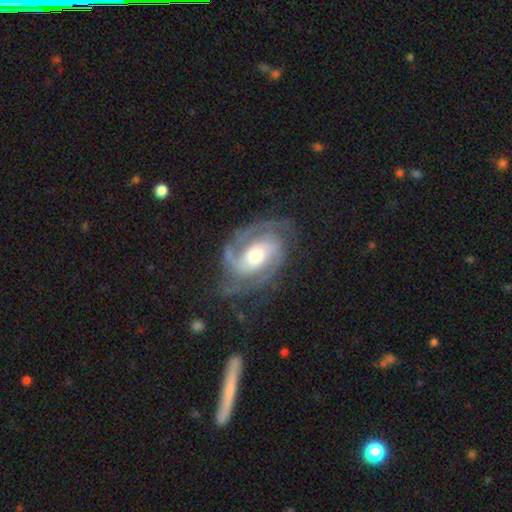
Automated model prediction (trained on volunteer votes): smooth-or-featured: featured or disk: 90% | smooth: 6% | star or artifact: 4%
  disk-edge-on: no: 97% | yes: 3%
    bar: no: 52% | weak: 33% | strong: 15%
    has-spiral-arms: yes: 98% | no: 2%
      spiral-winding: tight: 51% | medium: 41% | loose: 8%
      spiral-arm-count: 2: 53% | 3: 24% | can't tell: 10% | 4: 5% | 1: 4% | more than 4: 4%
    bulge-size: moderate: 62% | large: 19% | small: 15% | dominant: 2% | none: 1%
  merging: none: 69% | minor disturbance: 19% | major disturbance: 11% | merger: 1%